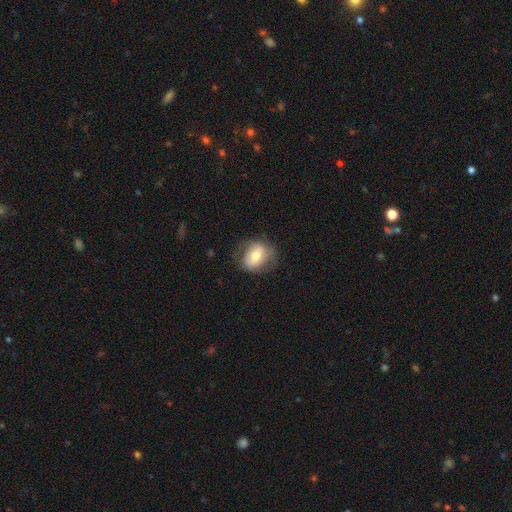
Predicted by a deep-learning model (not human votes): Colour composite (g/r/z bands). It shows a smooth galaxy with no disk features (65%) that is in between round and cigar-shaped (54%). Merging: none (74%).